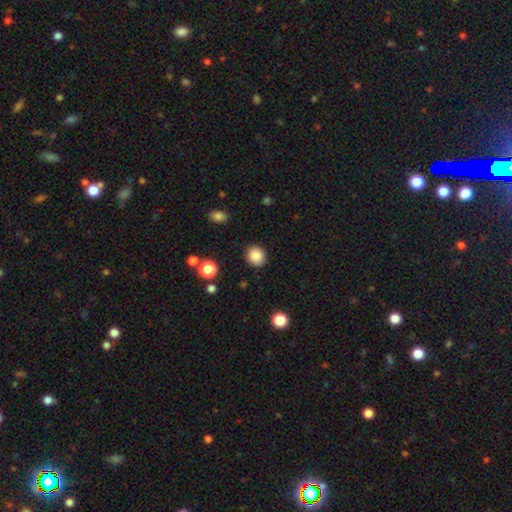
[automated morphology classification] Smooth or featured: smooth — 87% (star or artifact — 9%)
How rounded: round — 78% (in between — 21%)
Merging: none — 88% (minor disturbance — 8%)